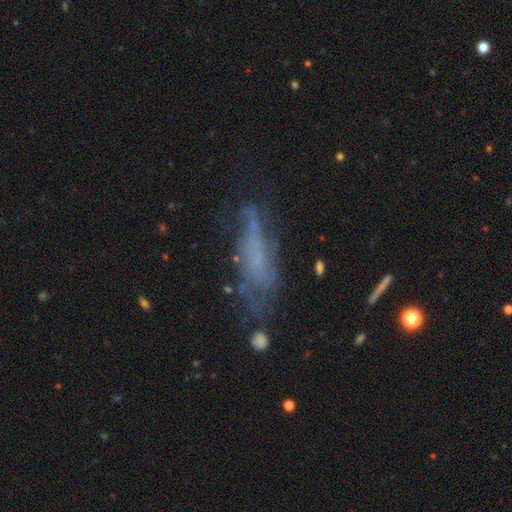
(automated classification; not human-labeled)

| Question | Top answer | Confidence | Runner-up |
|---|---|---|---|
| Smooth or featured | featured or disk | 48% | smooth (35%) |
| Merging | none | 50% | minor disturbance (26%) |